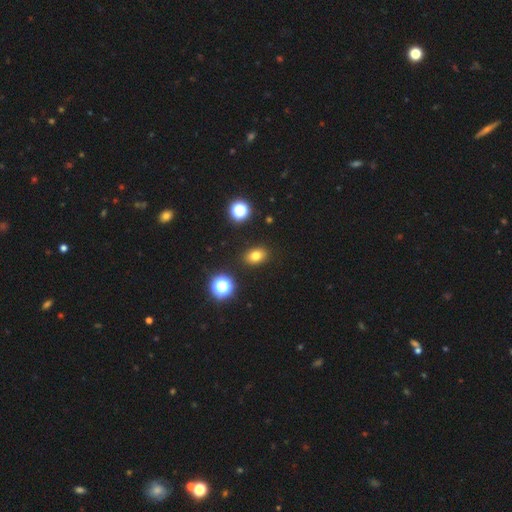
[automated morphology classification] Smooth or featured? Predicted: smooth (p=0.77). How rounded? Predicted: in between (p=0.70). Merging? Predicted: none (p=0.88).